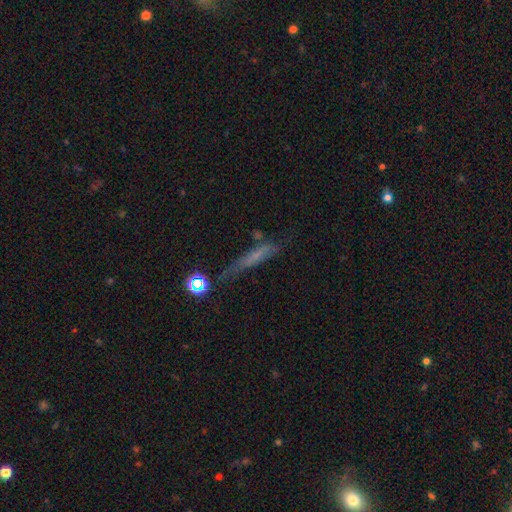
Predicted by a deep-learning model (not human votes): This is possibly a smooth galaxy (53%). How rounded: clearly cigar-shaped (85%). Merging: possibly none (56%).